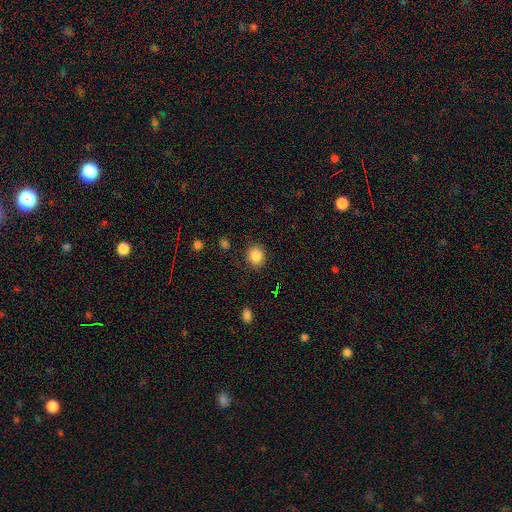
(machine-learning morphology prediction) type=smooth (86%); roundness=round (75%); merging=none (85%).